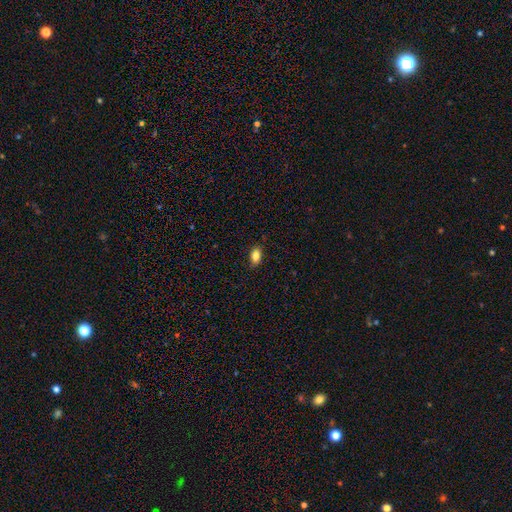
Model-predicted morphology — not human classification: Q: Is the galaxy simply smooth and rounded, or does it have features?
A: smooth — 84%.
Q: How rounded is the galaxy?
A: in between — 87%.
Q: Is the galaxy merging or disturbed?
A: none — 85%.